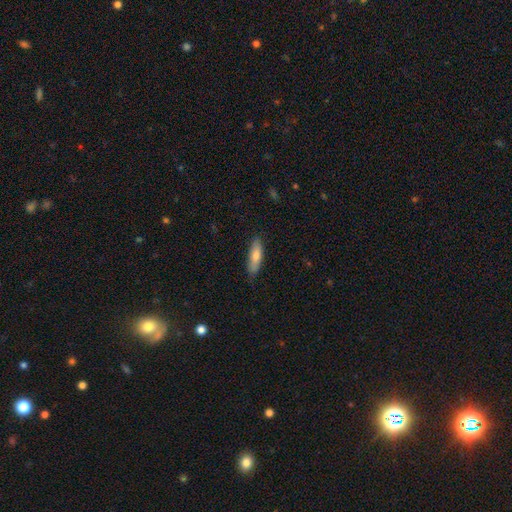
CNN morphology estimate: smooth-or-featured: smooth: 75% | featured or disk: 20% | star or artifact: 6%
  how-rounded: cigar-shaped: 58% | in between: 40% | round: 2%
  merging: none: 83% | minor disturbance: 14% | major disturbance: 2% | merger: 1%